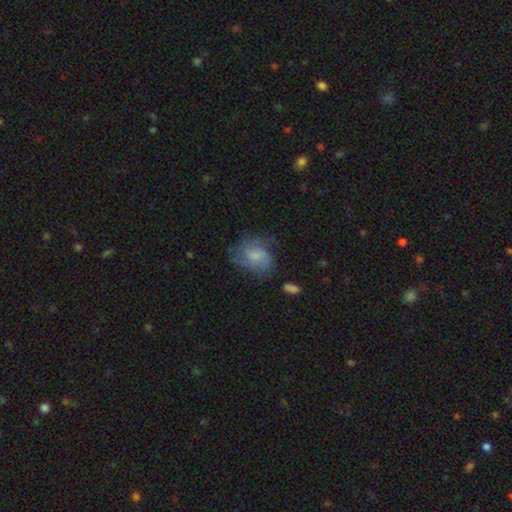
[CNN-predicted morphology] The model was most divided on "smooth or featured": featured or disk: 51%, smooth: 41%, star or artifact: 8%. Remaining: edge-on disk — no (97%); merging — none (50%).